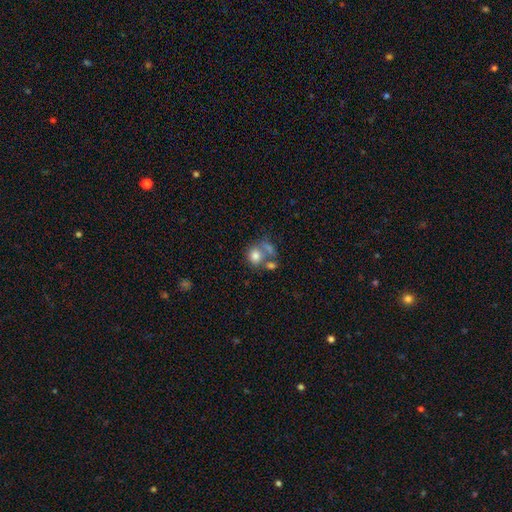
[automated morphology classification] Q: Smooth or featured?
A: smooth (74%); runner-up: featured or disk (15%)
Q: How rounded?
A: round (71%); runner-up: in between (28%)
Q: Merging?
A: none (40%); runner-up: merger (39%)